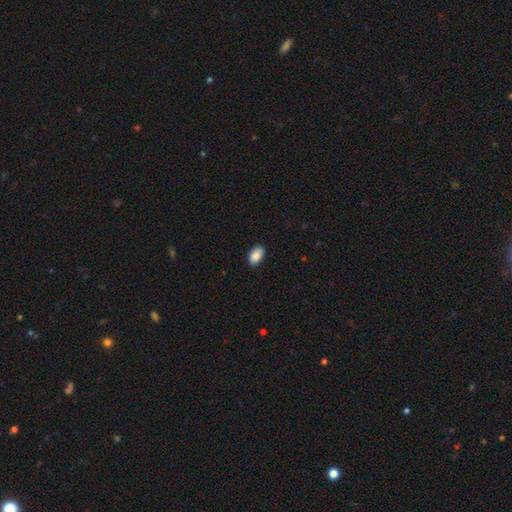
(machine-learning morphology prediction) smooth_or_featured: smooth (p=0.89) [alt: star or artifact p=0.07]
how_rounded: in between (p=0.93) [alt: round p=0.05]
merging: none (p=0.88) [alt: minor disturbance p=0.09]